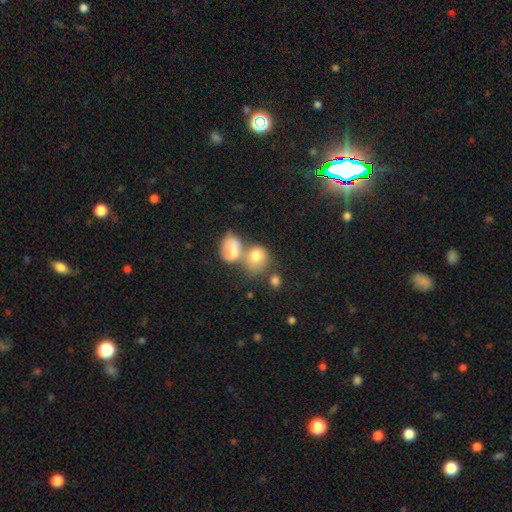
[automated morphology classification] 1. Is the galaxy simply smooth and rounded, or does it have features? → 76% smooth, 15% featured or disk, 10% star or artifact.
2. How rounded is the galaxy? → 63% round, 36% in between, 1% cigar-shaped.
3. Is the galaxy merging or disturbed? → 55% merger, 29% none, 10% minor disturbance, 6% major disturbance.